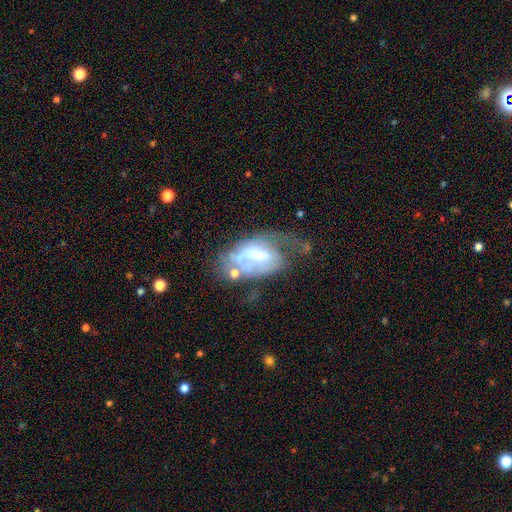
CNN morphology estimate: A featured or disk galaxy (64%) with no bar (49%), spiral arms (54%) and a moderate central bulge (41%). Merging: major disturbance (38%).